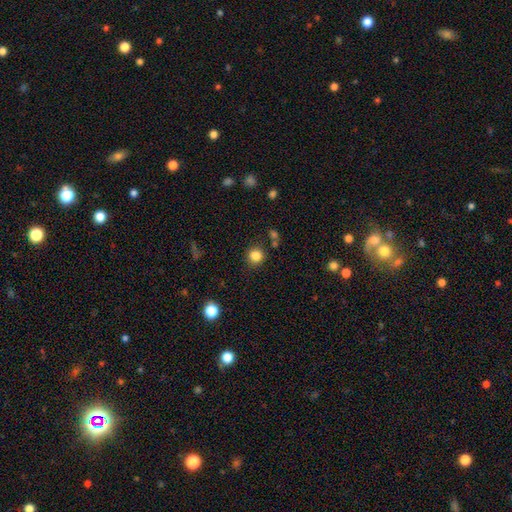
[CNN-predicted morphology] Smooth or featured? smooth (83%)
How rounded? round (92%)
Merging? none (85%)